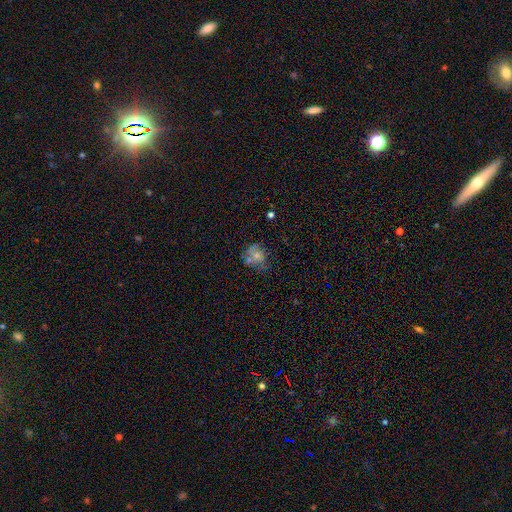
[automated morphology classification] A smooth galaxy with no disk features (54%) that is round (58%).

Vote fractions:
- Smooth or featured? smooth: 54% / featured or disk: 32% / star or artifact: 14%
- How rounded? round: 58% / in between: 41% / cigar-shaped: 1%
- Merging? none: 40% / minor disturbance: 23% / merger: 19% / major disturbance: 18%